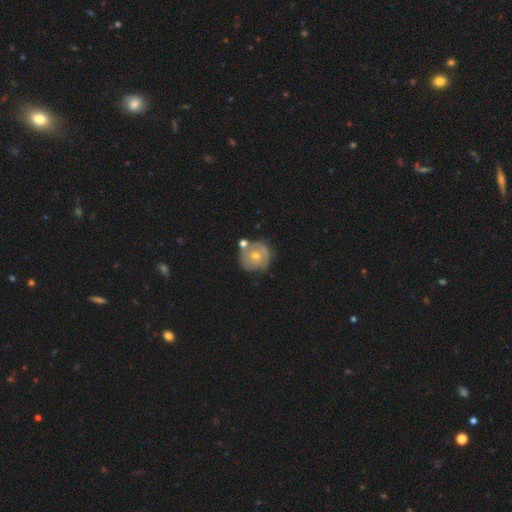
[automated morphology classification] A featured or disk galaxy (55%) with no bar (76%), spiral arms (64%) and a moderate central bulge (51%).

Vote fractions:
- Smooth or featured? featured or disk: 55% / smooth: 38% / star or artifact: 7%
- Edge-on disk? no: 97% / yes: 3%
- Bar? no: 76% / weak: 20% / strong: 4%
- Spiral arms? yes: 64% / no: 36%
- Bulge size? moderate: 51% / small: 45% / large: 2% / none: 1% / dominant: 1%
- Merging? none: 61% / minor disturbance: 18% / merger: 15% / major disturbance: 6%